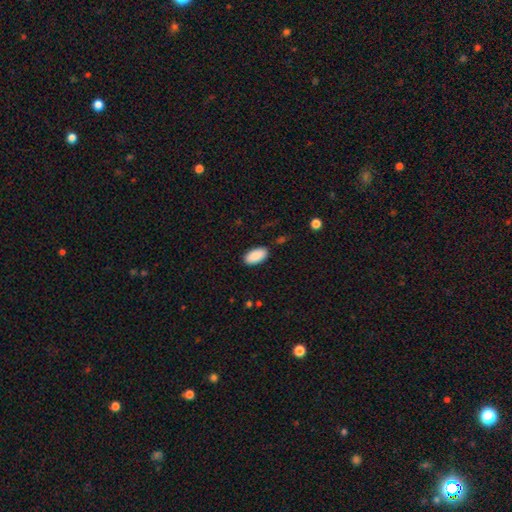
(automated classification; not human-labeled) Smooth or featured? Predicted: smooth (p=0.90). How rounded? Predicted: in between (p=0.95). Merging? Predicted: none (p=0.88).